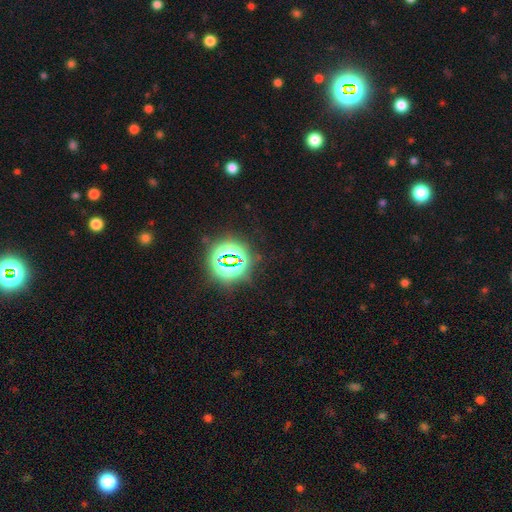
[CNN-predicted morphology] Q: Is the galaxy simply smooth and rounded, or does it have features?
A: star or artifact — 80%.